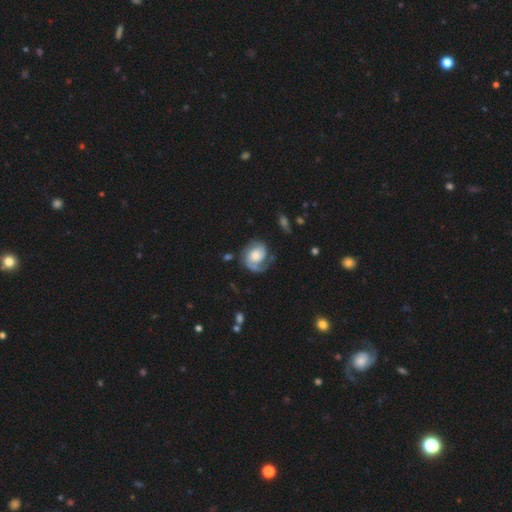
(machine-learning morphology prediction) A featured or disk galaxy (78%) with no bar (69%), 2 (50%) tight (46%) spiral arms (95%) and a moderate central bulge (46%).

Vote fractions:
- Smooth or featured? featured or disk: 78% / smooth: 16% / star or artifact: 6%
- Edge-on disk? no: 98% / yes: 2%
- Bar? no: 69% / weak: 26% / strong: 5%
- Spiral arms? yes: 95% / no: 5%
- Spiral winding? tight: 46% / medium: 38% / loose: 16%
- Spiral arm count? 2: 50% / 1: 38% / can't tell: 7% / 3: 2% / 4: 1% / more than 4: 1%
- Bulge size? moderate: 46% / large: 25% / small: 21% / none: 6% / dominant: 3%
- Merging? none: 61% / minor disturbance: 20% / major disturbance: 16% / merger: 2%